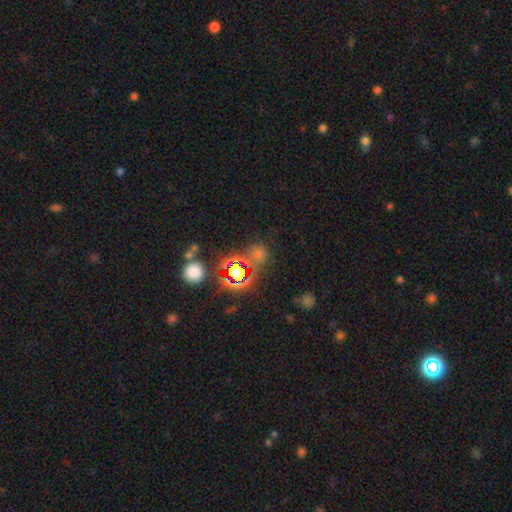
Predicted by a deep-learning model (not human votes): Overall: star or artifact (50%; smooth 42%).